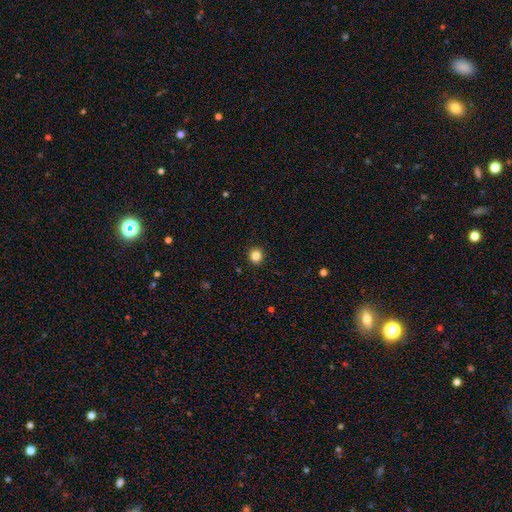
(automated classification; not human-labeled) The model was most divided on "smooth or featured": smooth: 84%, star or artifact: 12%, featured or disk: 4%. More confident: how rounded — round (94%); merging — none (93%).